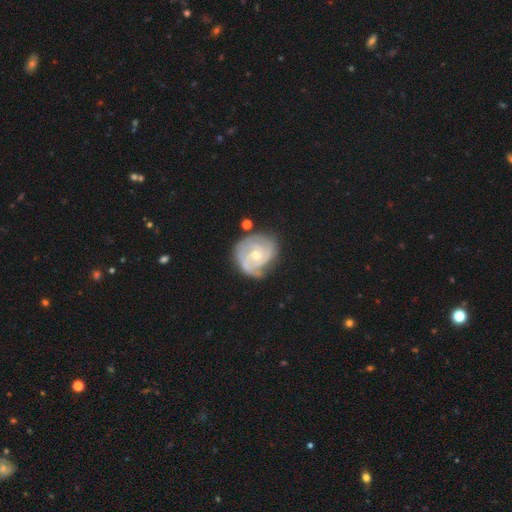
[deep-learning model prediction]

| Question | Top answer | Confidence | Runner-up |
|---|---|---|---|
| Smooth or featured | featured or disk | 83% | smooth (12%) |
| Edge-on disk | no | 98% | yes (2%) |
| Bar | no | 64% | weak (31%) |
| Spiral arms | yes | 94% | no (6%) |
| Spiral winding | tight | 64% | medium (30%) |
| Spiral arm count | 2 | 38% | 3 (26%) |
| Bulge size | small | 53% | moderate (43%) |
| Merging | none | 64% | minor disturbance (24%) |